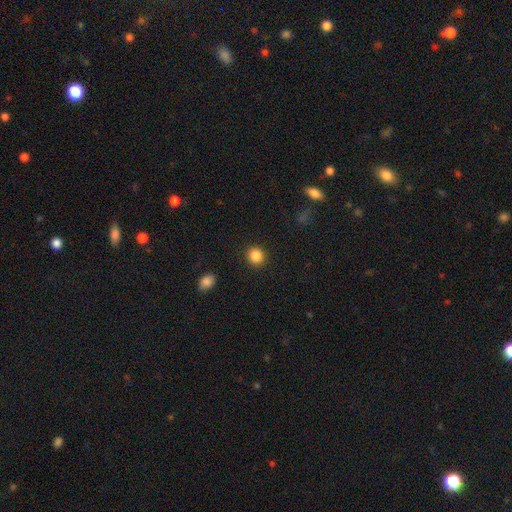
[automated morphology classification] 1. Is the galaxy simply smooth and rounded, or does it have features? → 87% smooth, 10% star or artifact, 3% featured or disk.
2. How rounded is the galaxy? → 86% round, 13% in between, 1% cigar-shaped.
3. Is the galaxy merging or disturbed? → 91% none, 6% minor disturbance, 2% major disturbance, 1% merger.